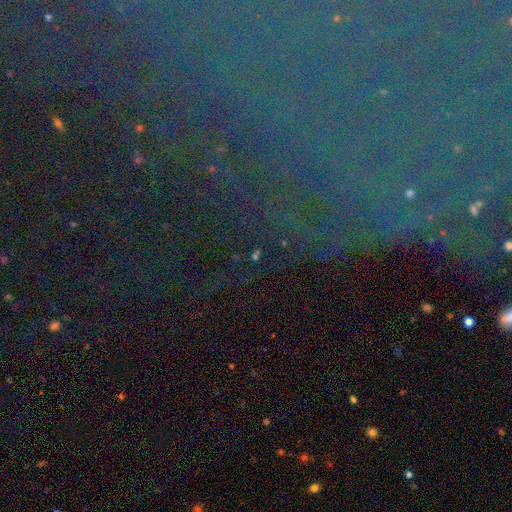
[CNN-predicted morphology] type=star or artifact (74%).